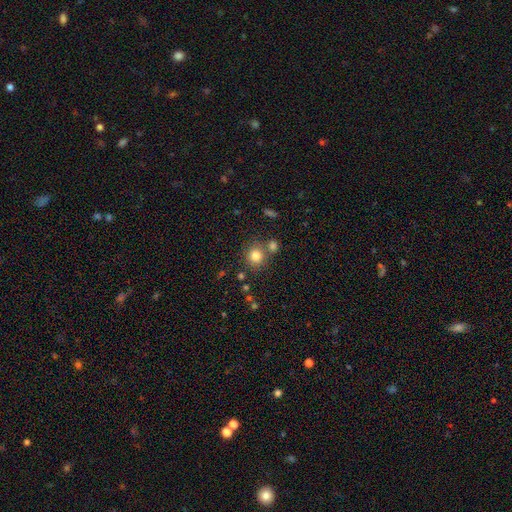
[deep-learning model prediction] smooth 80%, star or artifact 12%, featured or disk 8%. Down the decision tree: how rounded — round (89%); merging — none (71%).